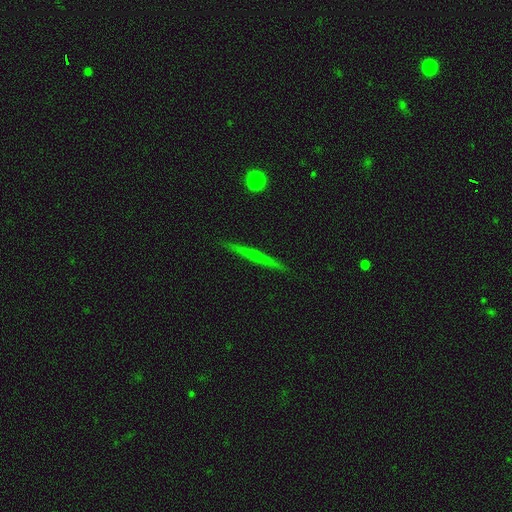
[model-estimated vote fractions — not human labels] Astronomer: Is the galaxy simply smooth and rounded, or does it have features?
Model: featured or disk — 55% (runner-up: smooth, 38%).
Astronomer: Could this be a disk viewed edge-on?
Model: yes — 97%.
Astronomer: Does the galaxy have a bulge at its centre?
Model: none — 75%.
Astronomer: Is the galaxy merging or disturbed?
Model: none — 91%.